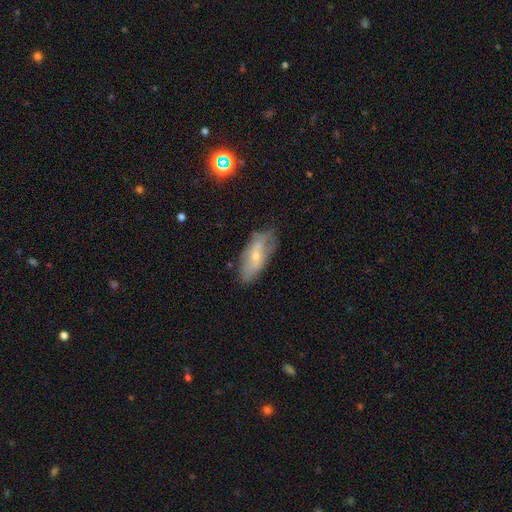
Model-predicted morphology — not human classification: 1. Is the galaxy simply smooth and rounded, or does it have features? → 49% featured or disk, 43% smooth, 8% star or artifact.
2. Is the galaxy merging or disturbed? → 65% none, 25% minor disturbance, 7% major disturbance, 2% merger.